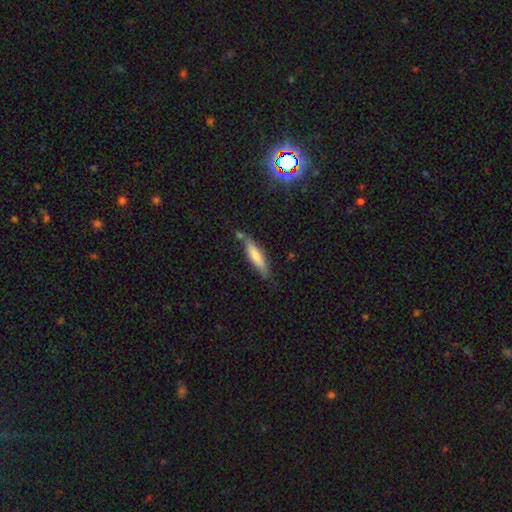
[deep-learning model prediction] Smooth or featured: smooth — 70% (featured or disk — 24%)
How rounded: cigar-shaped — 81% (in between — 18%)
Merging: none — 72% (minor disturbance — 17%)